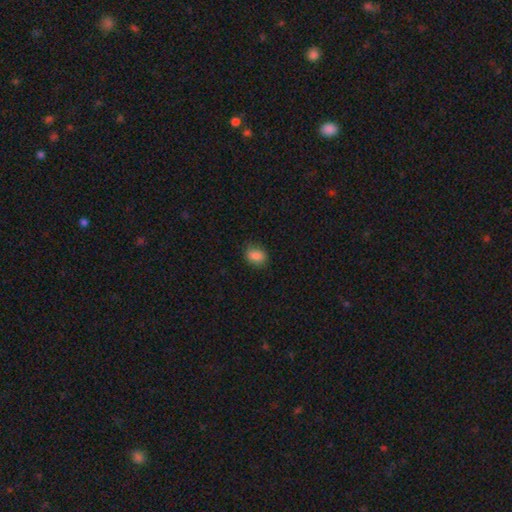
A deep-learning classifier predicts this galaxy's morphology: Smooth or featured?
  - smooth: 86% *
  - star or artifact: 9%
  - featured or disk: 5%
How rounded?
  - in between: 63% *
  - round: 35%
  - cigar-shaped: 1%
Merging?
  - none: 80% *
  - minor disturbance: 16%
  - major disturbance: 3%
  - merger: 1%